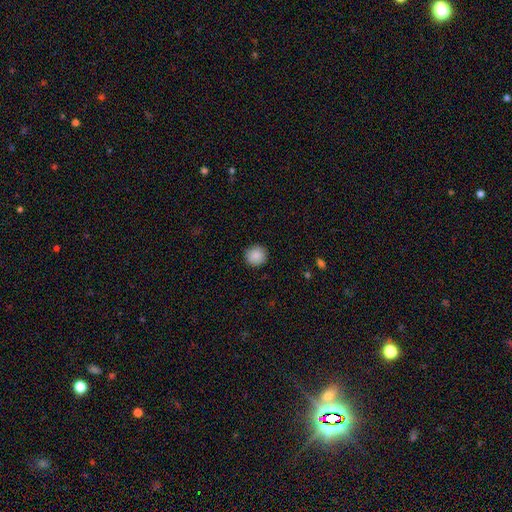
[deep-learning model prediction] Overall: smooth (89%). How rounded: round (94%). Merging: none (91%).